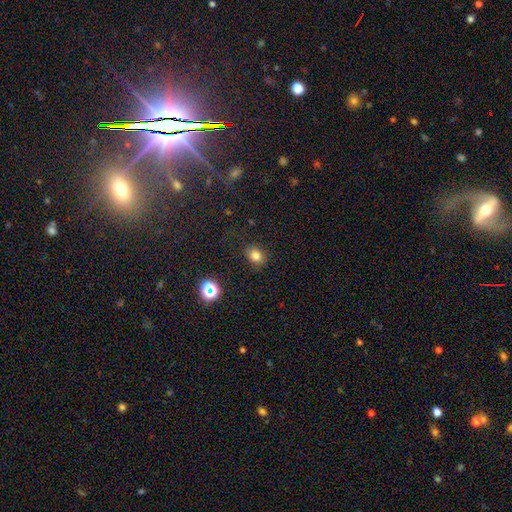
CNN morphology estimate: smooth_or_featured: smooth (p=0.78) [alt: star or artifact p=0.15]
how_rounded: round (p=0.56) [alt: in between p=0.43]
merging: none (p=0.82) [alt: minor disturbance p=0.12]